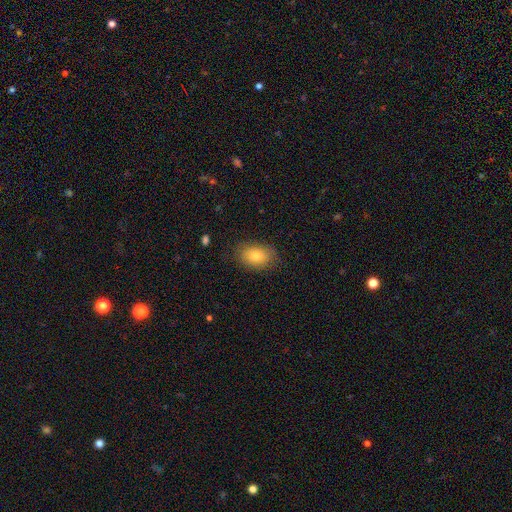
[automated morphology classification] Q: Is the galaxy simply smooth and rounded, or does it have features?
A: smooth — 79%.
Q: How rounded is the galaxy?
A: in between — 84%.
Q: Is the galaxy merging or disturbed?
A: none — 83%.